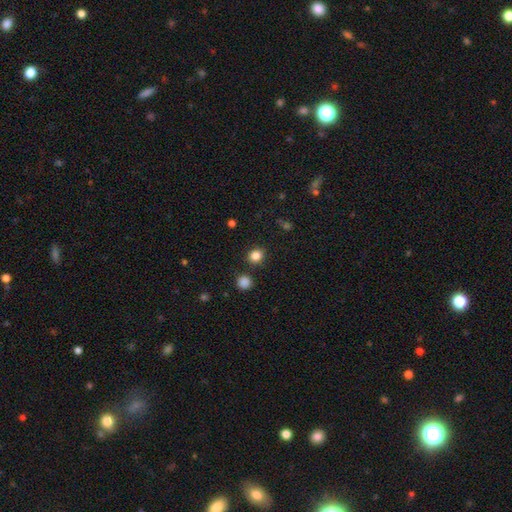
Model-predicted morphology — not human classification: Smooth or featured? Predicted: smooth (p=0.84). How rounded? Predicted: round (p=0.80). Merging? Predicted: none (p=0.87).